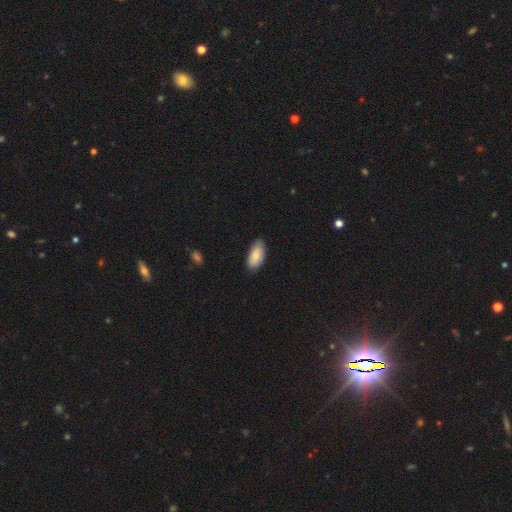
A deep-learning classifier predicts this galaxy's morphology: smooth_or_featured: smooth (p=0.81) [alt: featured or disk p=0.13]
how_rounded: in between (p=0.93) [alt: cigar-shaped p=0.04]
merging: none (p=0.82) [alt: minor disturbance p=0.14]